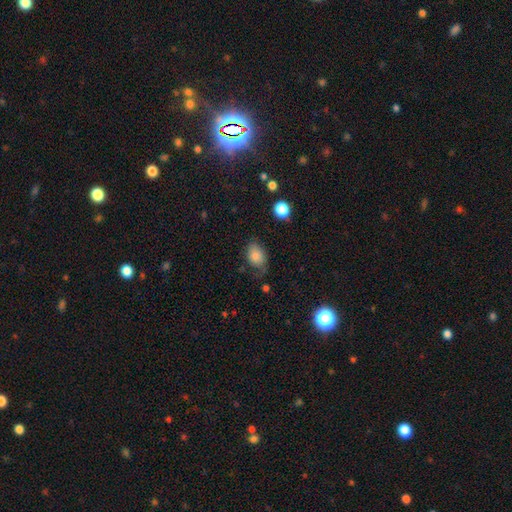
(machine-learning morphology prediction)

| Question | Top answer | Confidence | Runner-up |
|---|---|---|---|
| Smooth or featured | smooth | 81% | star or artifact (9%) |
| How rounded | in between | 77% | round (22%) |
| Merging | none | 57% | minor disturbance (30%) |